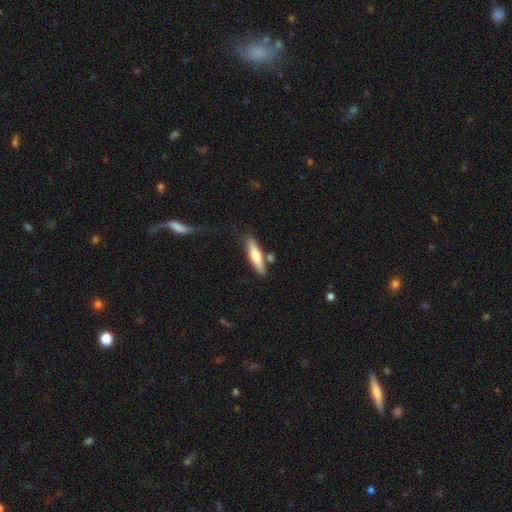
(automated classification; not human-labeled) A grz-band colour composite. It shows a smooth galaxy with no disk features (65%) that is cigar-shaped (75%). Merging: none (71%).